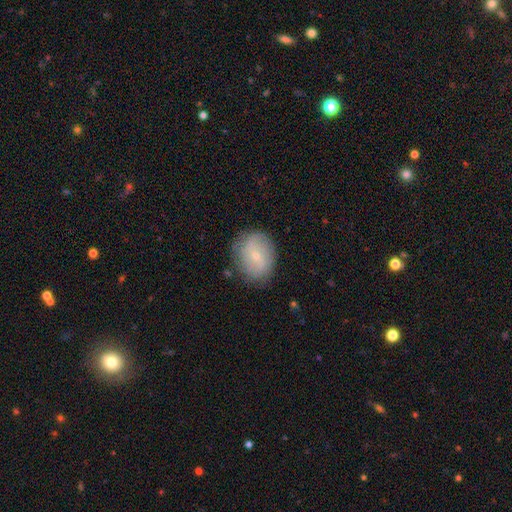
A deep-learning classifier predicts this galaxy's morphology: Overall: featured or disk (47%; smooth 45%). Merging: none (80%).